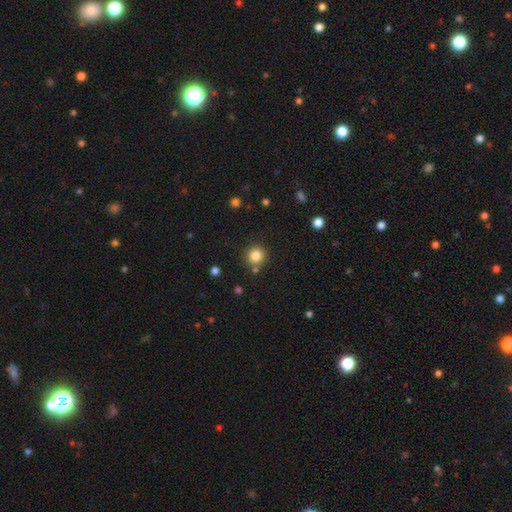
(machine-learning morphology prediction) Smooth or featured?
  - smooth: 83% *
  - star or artifact: 11%
  - featured or disk: 5%
How rounded?
  - round: 94% *
  - in between: 5%
  - cigar-shaped: 1%
Merging?
  - none: 84% *
  - minor disturbance: 7%
  - merger: 6%
  - major disturbance: 2%